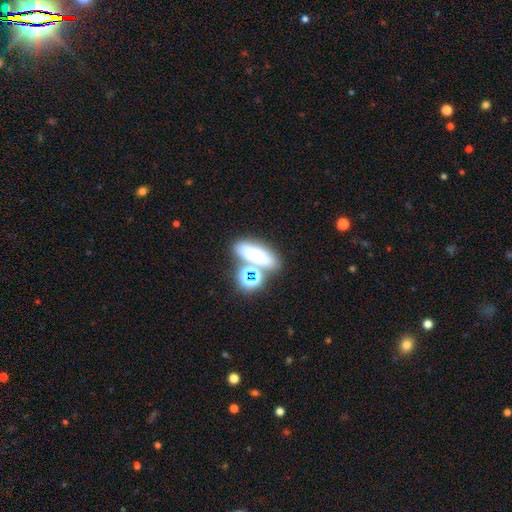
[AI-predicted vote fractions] A smooth galaxy with no disk features (63%) that is in between round and cigar-shaped (59%). Merging: none (59%).